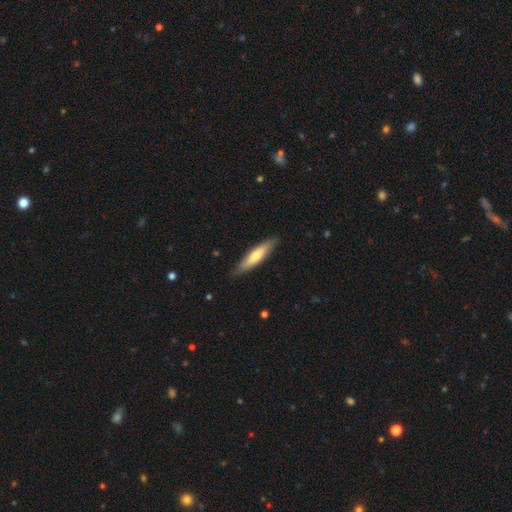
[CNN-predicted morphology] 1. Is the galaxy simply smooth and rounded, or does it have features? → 60% smooth, 35% featured or disk, 5% star or artifact.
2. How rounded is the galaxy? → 79% cigar-shaped, 20% in between, 1% round.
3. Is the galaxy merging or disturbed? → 86% none, 11% minor disturbance, 2% major disturbance, 1% merger.